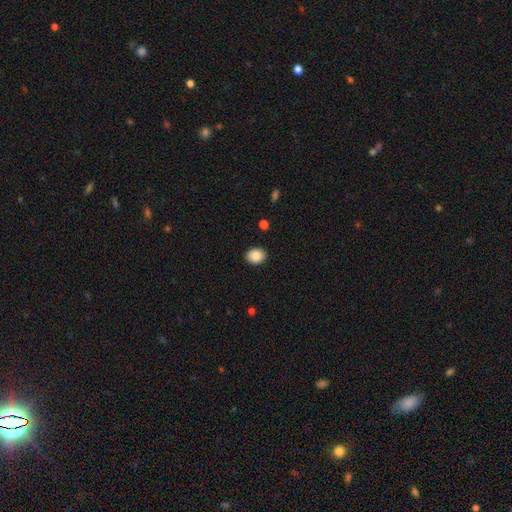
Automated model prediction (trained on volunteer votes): smooth_or_featured: smooth (p=0.87) [alt: star or artifact p=0.08]
how_rounded: round (p=0.51) [alt: in between p=0.48]
merging: none (p=0.90) [alt: minor disturbance p=0.07]